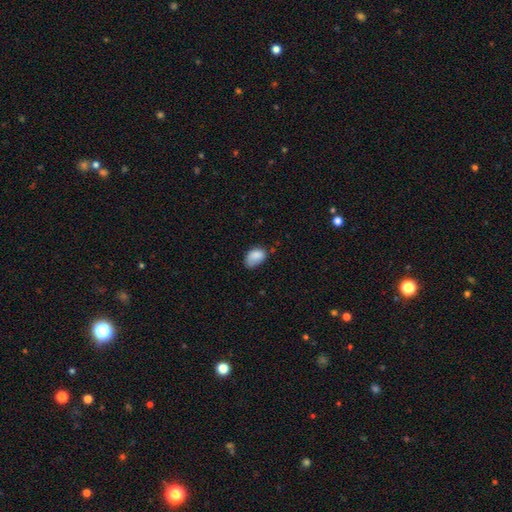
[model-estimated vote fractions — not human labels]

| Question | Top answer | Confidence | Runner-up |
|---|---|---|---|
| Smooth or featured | smooth | 85% | star or artifact (8%) |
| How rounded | in between | 86% | round (12%) |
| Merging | none | 52% | minor disturbance (36%) |